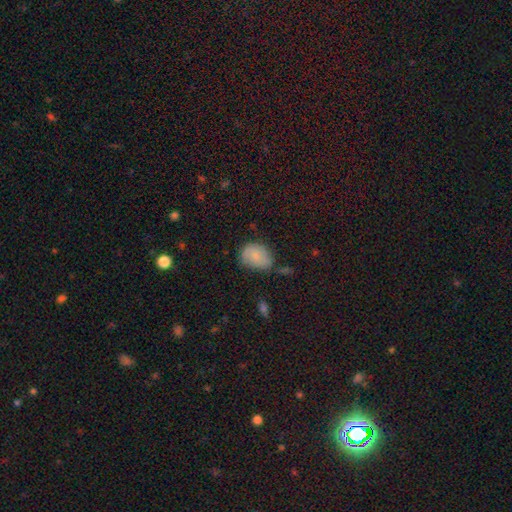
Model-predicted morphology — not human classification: smooth-or-featured: smooth: 79% | featured or disk: 13% | star or artifact: 8%
  how-rounded: in between: 63% | round: 36% | cigar-shaped: 1%
  merging: none: 53% | minor disturbance: 33% | major disturbance: 8% | merger: 5%